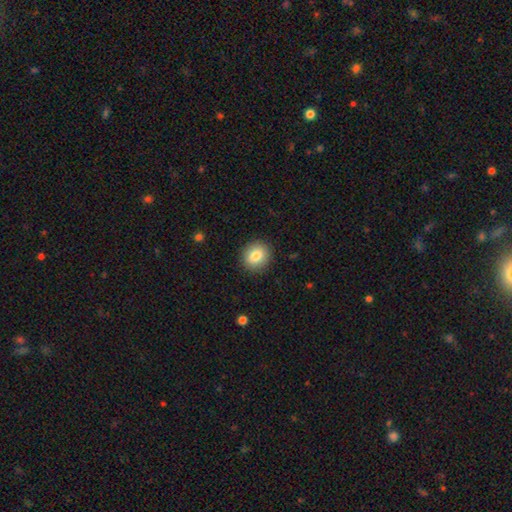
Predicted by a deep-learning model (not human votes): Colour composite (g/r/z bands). It shows a smooth galaxy with no disk features (82%) that is round (80%). Merging: none (91%).